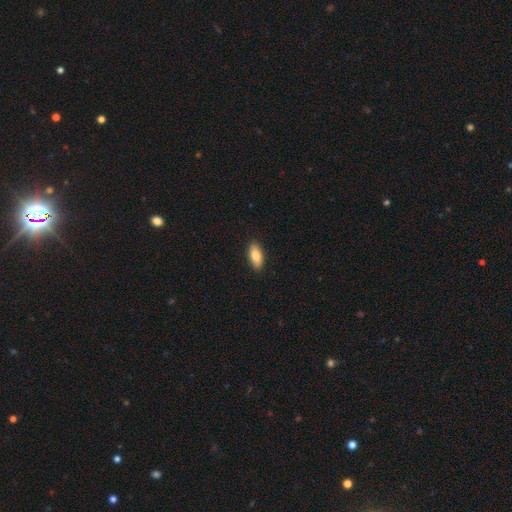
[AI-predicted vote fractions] smooth 83%, featured or disk 11%, star or artifact 6%. Down the decision tree: how rounded — in between (85%); merging — none (89%).